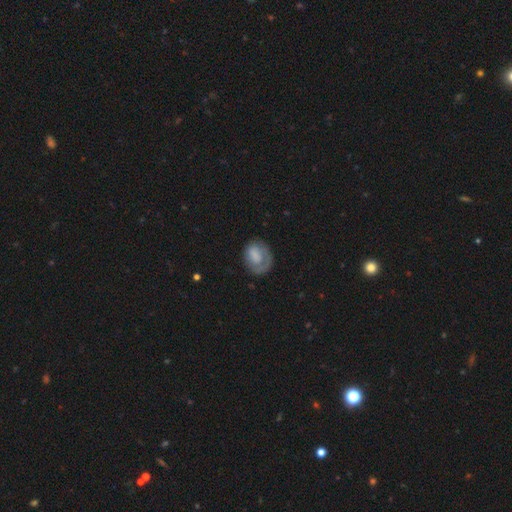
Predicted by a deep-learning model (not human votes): Smooth or featured? Predicted: smooth (p=0.59). How rounded? Predicted: in between (p=0.55). Merging? Predicted: none (p=0.53).